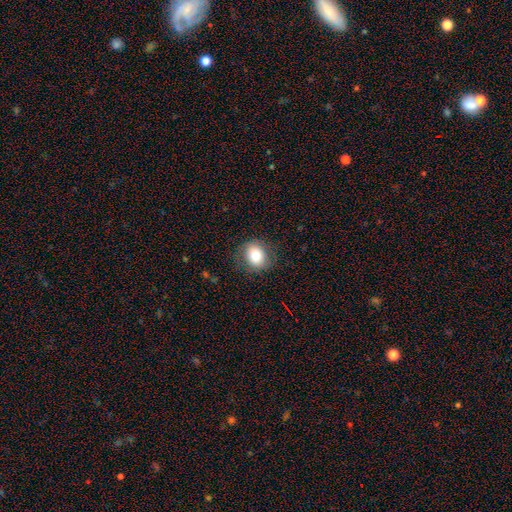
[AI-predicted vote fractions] The model was most divided on "how rounded": round: 64%, in between: 35%, cigar-shaped: 1%. More confident: merging — none (80%); smooth or featured — smooth (76%).